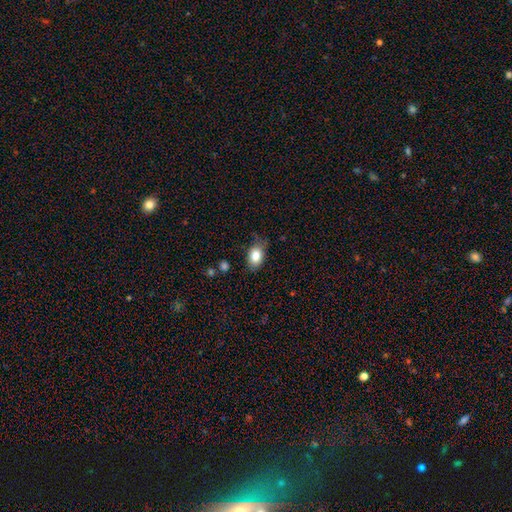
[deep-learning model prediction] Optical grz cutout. It shows a smooth galaxy with no disk features (83%) that is in between round and cigar-shaped (86%). Merging: none (72%).